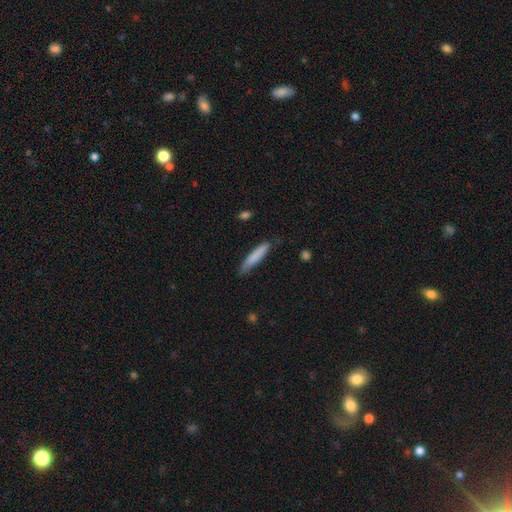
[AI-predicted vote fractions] Morphology: type=smooth (80%); roundness=cigar-shaped (90%); merging=none (76%).